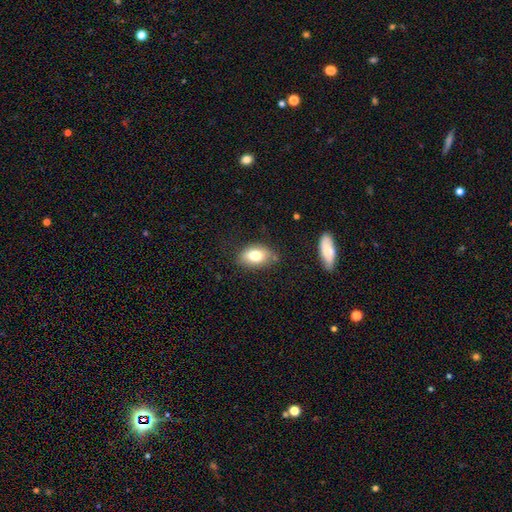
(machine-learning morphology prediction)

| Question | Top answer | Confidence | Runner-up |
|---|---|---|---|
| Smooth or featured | smooth | 76% | featured or disk (16%) |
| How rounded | in between | 85% | round (13%) |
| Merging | none | 73% | minor disturbance (19%) |